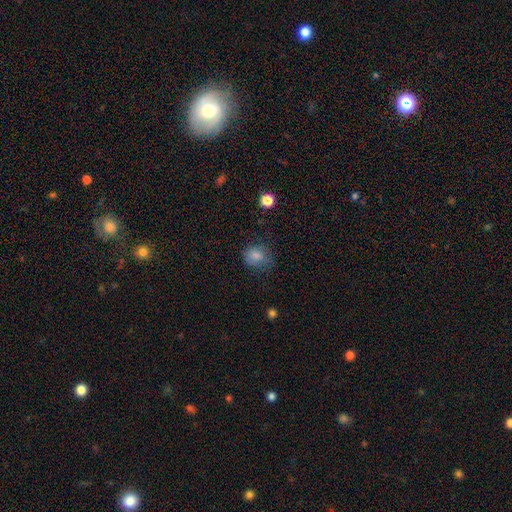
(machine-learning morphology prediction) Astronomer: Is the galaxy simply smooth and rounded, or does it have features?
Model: smooth — 82%.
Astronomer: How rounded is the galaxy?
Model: round — 65%.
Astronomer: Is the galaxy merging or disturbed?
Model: none — 66%.